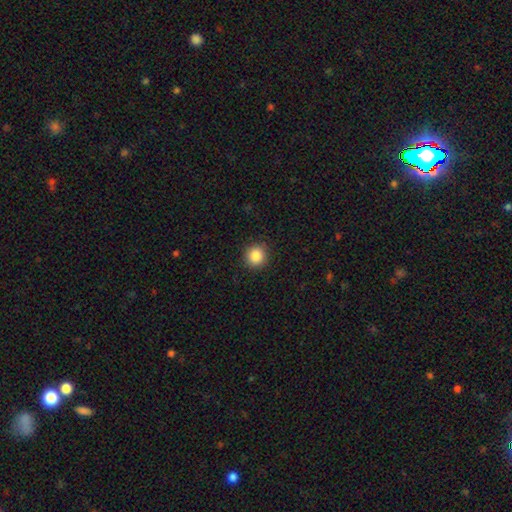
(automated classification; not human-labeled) Overall: smooth (86%). How rounded: round (93%). Merging: none (92%).